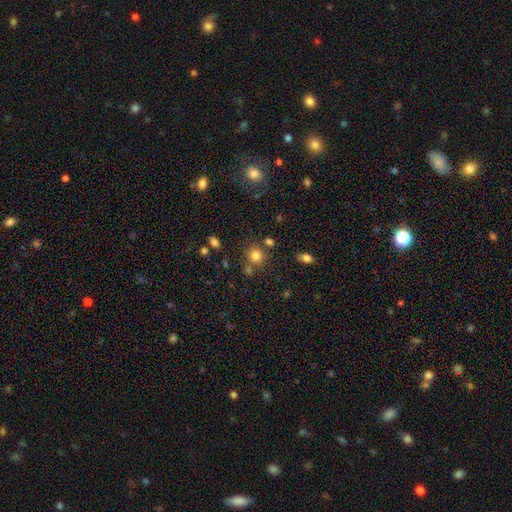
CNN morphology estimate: Smooth or featured: smooth — 79% (star or artifact — 14%)
How rounded: round — 85% (in between — 14%)
Merging: none — 73% (merger — 13%)